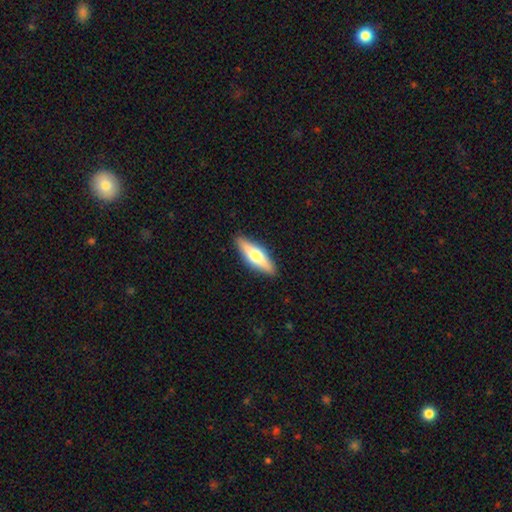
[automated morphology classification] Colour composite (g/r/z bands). It shows a smooth galaxy with no disk features (51%) that is cigar-shaped (54%). Merging: none (89%).